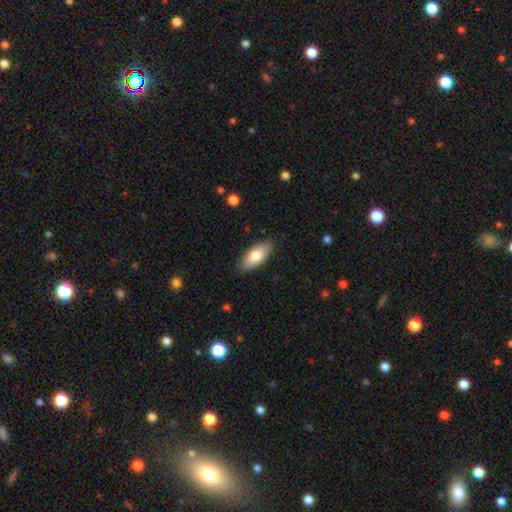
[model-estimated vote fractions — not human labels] Smooth or featured? Predicted: smooth (p=0.78). How rounded? Predicted: in between (p=0.87). Merging? Predicted: none (p=0.86).